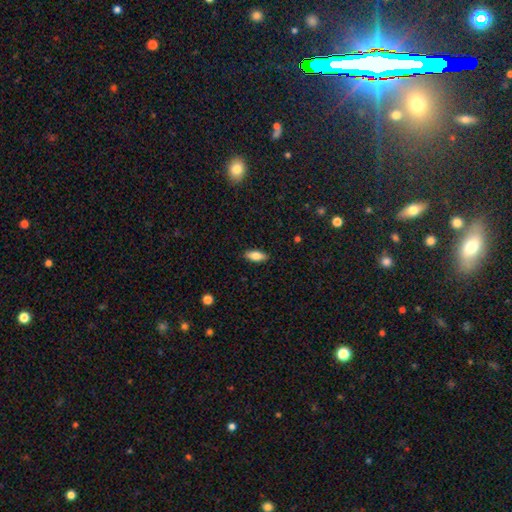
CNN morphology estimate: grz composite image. It shows a smooth galaxy with no disk features (81%) that is in between round and cigar-shaped (80%). Merging: none (88%).